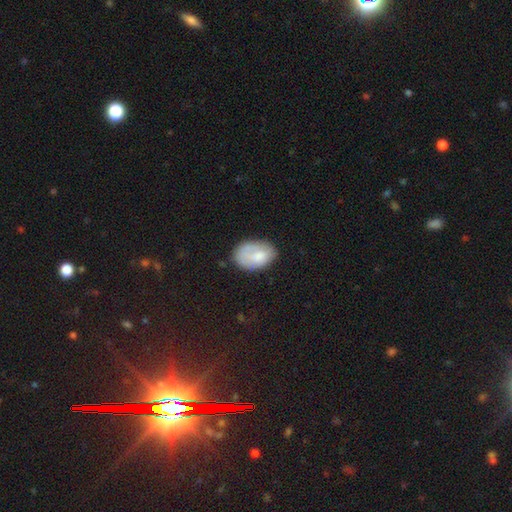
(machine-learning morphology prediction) Overall: smooth (74%). How rounded: in between (87%). Merging: none (63%; minor disturbance 25%).